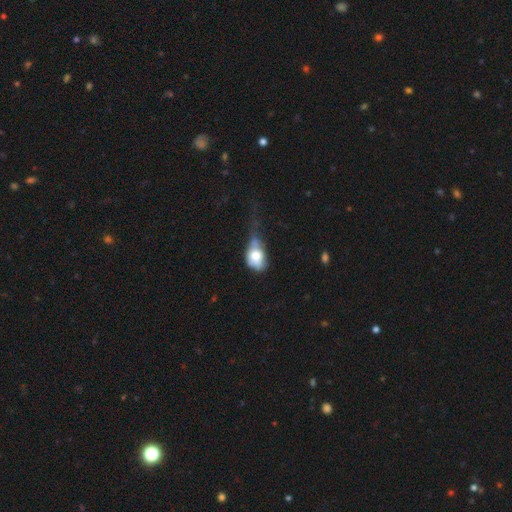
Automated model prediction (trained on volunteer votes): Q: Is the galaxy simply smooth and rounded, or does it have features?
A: smooth — 66%.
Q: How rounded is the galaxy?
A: in between — 73%.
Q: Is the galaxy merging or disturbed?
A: major disturbance — 40%.